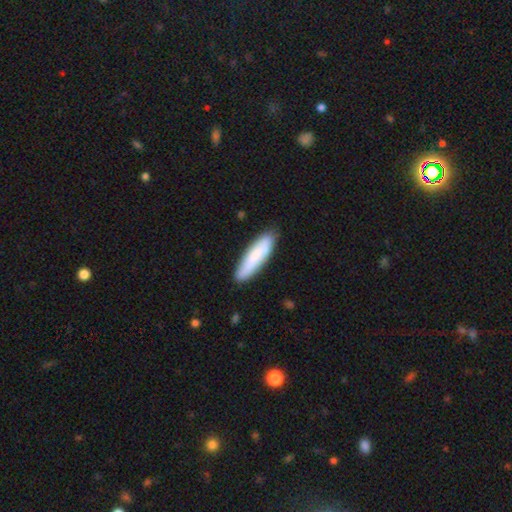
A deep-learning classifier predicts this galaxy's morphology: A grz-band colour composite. It shows a smooth galaxy with no disk features (76%) that is cigar-shaped (69%). Merging: none (85%).